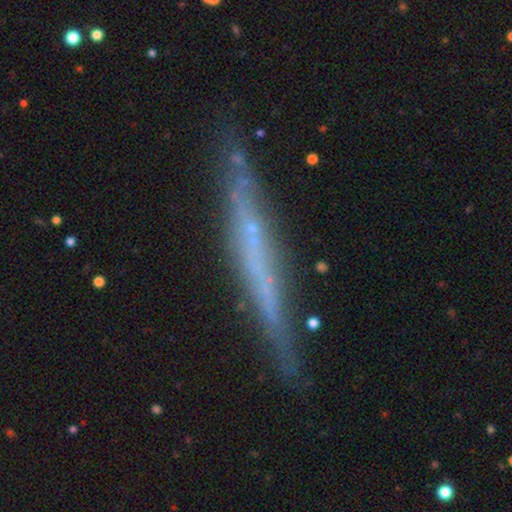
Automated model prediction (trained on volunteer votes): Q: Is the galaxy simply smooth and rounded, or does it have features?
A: featured or disk — 63%.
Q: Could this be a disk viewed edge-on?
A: yes — 93%.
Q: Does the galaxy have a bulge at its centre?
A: none — 86%.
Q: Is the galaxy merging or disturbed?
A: none — 82%.